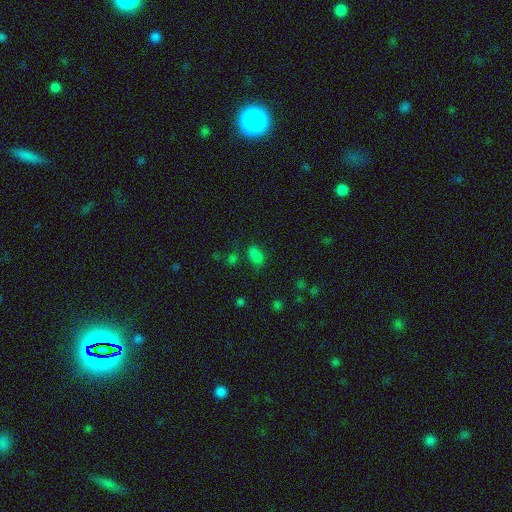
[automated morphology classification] Smooth or featured?
  - smooth: 70% *
  - star or artifact: 24%
  - featured or disk: 6%
How rounded?
  - in between: 87% *
  - round: 10%
  - cigar-shaped: 3%
Merging?
  - none: 59% *
  - minor disturbance: 19%
  - merger: 13%
  - major disturbance: 10%